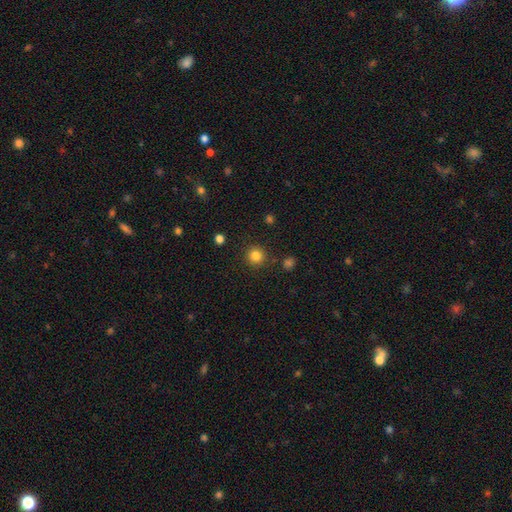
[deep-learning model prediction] This is clearly a smooth galaxy (83%). How rounded: clearly round (94%). Merging: clearly none (90%).